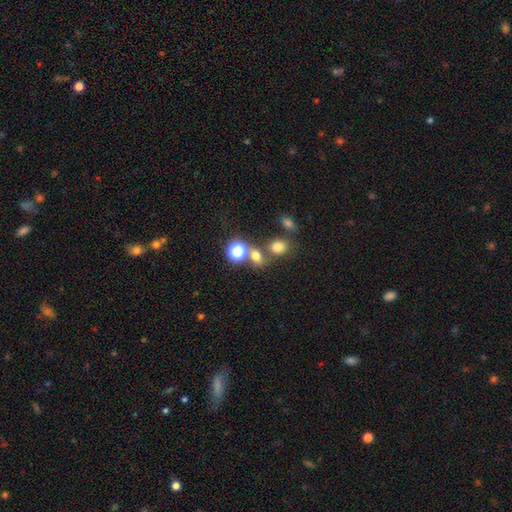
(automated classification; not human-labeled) Overall: smooth (69%). How rounded: round (61%; in between 37%). Merging: none (58%; merger 28%).